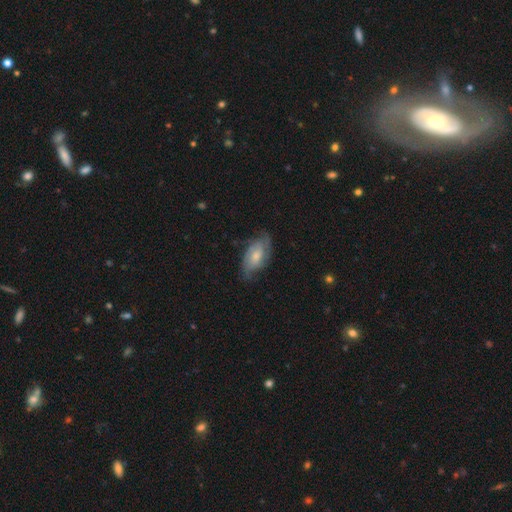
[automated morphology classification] Smooth or featured?
  - featured or disk: 58% *
  - smooth: 35%
  - star or artifact: 6%
Edge-on disk?
  - no: 93% *
  - yes: 7%
Bar?
  - no: 65% *
  - weak: 29%
  - strong: 5%
Spiral arms?
  - yes: 85% *
  - no: 15%
Bulge size?
  - moderate: 48% *
  - small: 37%
  - large: 8%
  - none: 6%
  - dominant: 1%
Merging?
  - none: 63% *
  - minor disturbance: 26%
  - major disturbance: 10%
  - merger: 1%